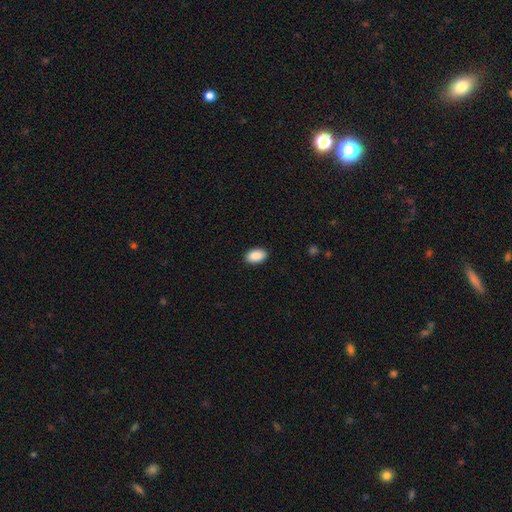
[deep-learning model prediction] Smooth or featured? smooth (91%)
How rounded? in between (93%)
Merging? none (90%)